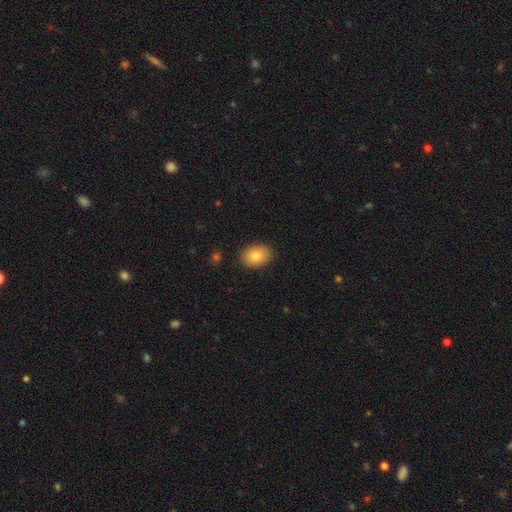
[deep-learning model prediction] The model was most divided on "how rounded": in between: 75%, round: 24%, cigar-shaped: 1%. More confident: merging — none (88%); smooth or featured — smooth (83%).